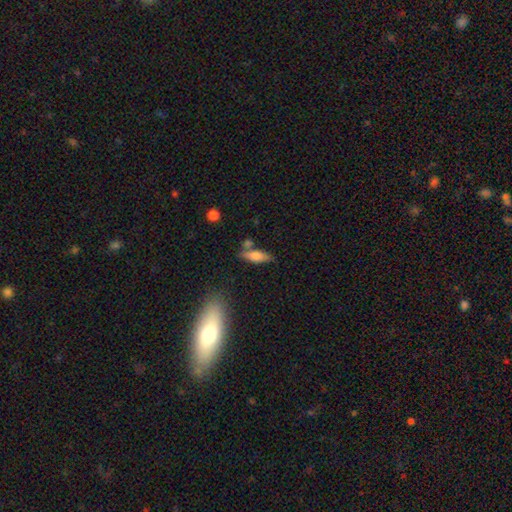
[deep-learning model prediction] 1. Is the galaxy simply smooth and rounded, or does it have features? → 68% smooth, 25% featured or disk, 7% star or artifact.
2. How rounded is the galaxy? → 55% in between, 42% cigar-shaped, 3% round.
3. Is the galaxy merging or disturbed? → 64% none, 17% minor disturbance, 14% merger, 5% major disturbance.